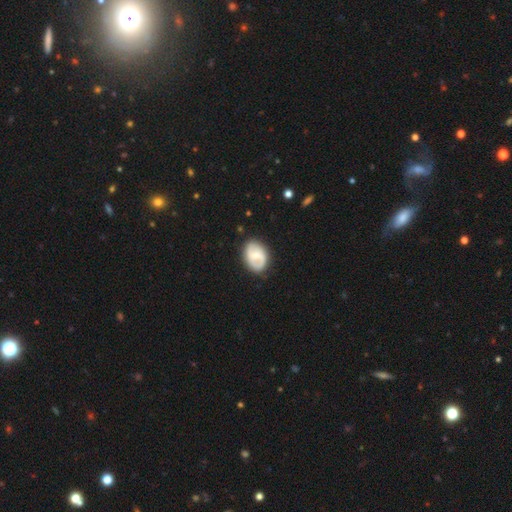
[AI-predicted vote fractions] Smooth or featured? Predicted: featured or disk (p=0.57). Edge-on disk? Predicted: no (p=0.96). Bar? Predicted: weak (p=0.47). Spiral arms? Predicted: yes (p=0.71). Bulge size? Predicted: moderate (p=0.45). Merging? Predicted: none (p=0.78).